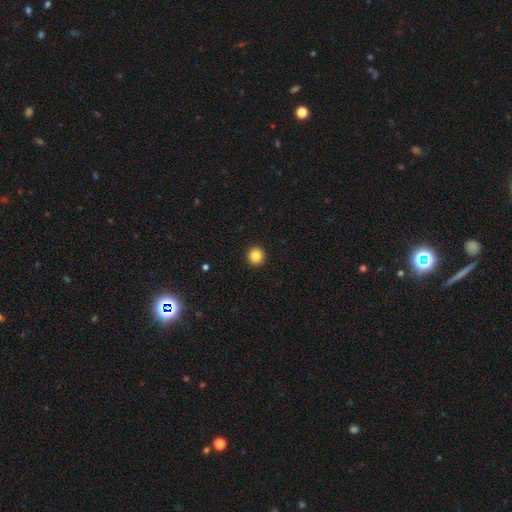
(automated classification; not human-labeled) smooth-or-featured: smooth: 84% | star or artifact: 11% | featured or disk: 5%
  how-rounded: round: 93% | in between: 6% | cigar-shaped: 1%
  merging: none: 93% | minor disturbance: 4% | major disturbance: 1% | merger: 1%